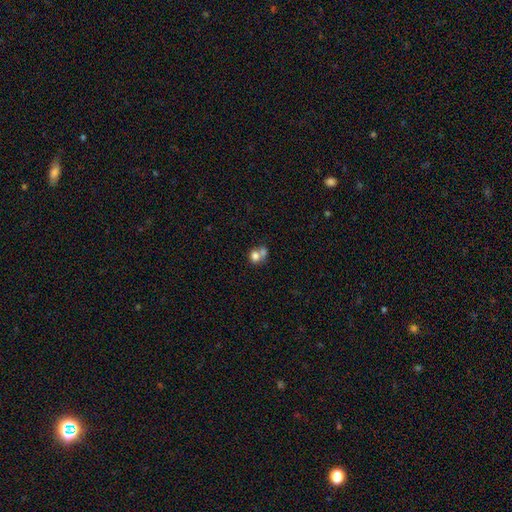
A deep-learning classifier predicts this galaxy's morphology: Smooth or featured? smooth (74%)
How rounded? round (64%)
Merging? merger (59%)